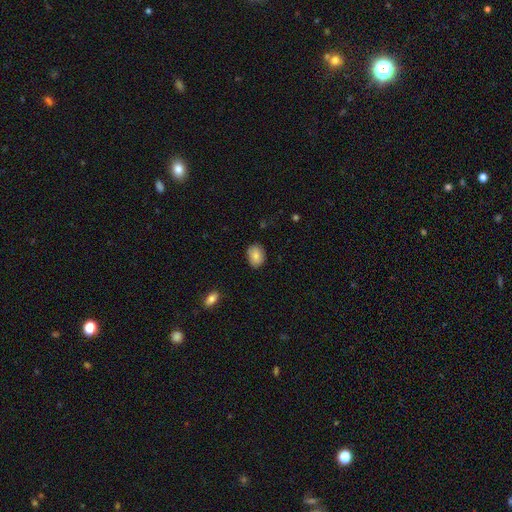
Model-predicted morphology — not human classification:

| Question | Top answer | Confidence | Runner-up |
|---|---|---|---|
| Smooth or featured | smooth | 84% | featured or disk (9%) |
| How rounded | in between | 71% | round (28%) |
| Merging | none | 84% | minor disturbance (13%) |